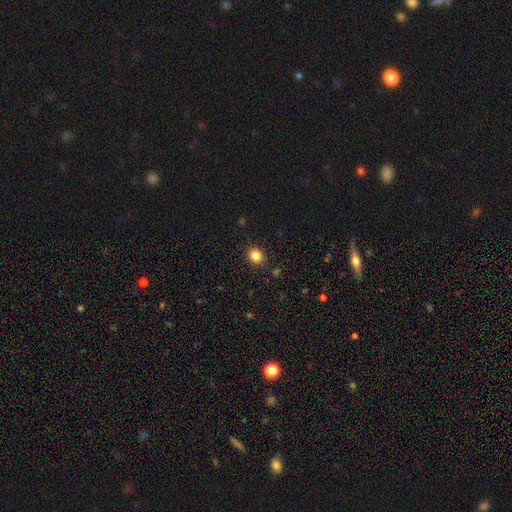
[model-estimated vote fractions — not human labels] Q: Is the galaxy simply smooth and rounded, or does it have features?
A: smooth — 85%.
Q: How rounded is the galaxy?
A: round — 69%.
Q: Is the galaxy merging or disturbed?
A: none — 89%.